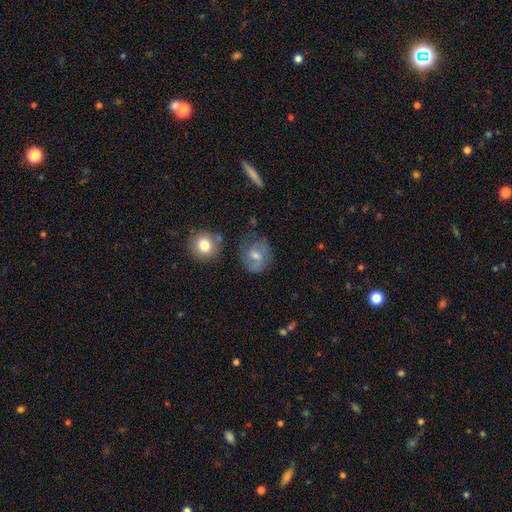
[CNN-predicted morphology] type=featured or disk (44%); merging=none (68%).